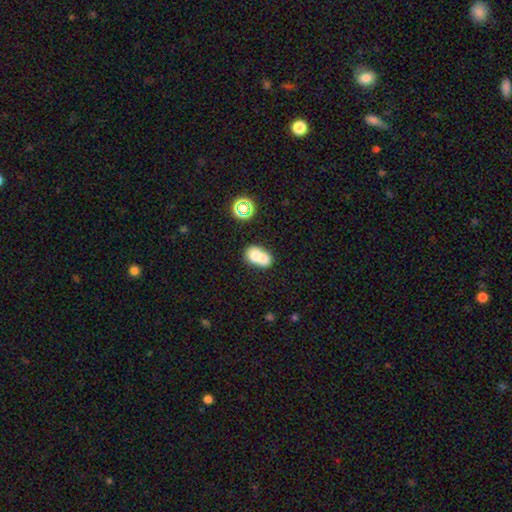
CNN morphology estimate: Q: Smooth or featured?
A: smooth (70%); runner-up: featured or disk (19%)
Q: How rounded?
A: in between (65%); runner-up: round (34%)
Q: Merging?
A: merger (63%); runner-up: none (24%)